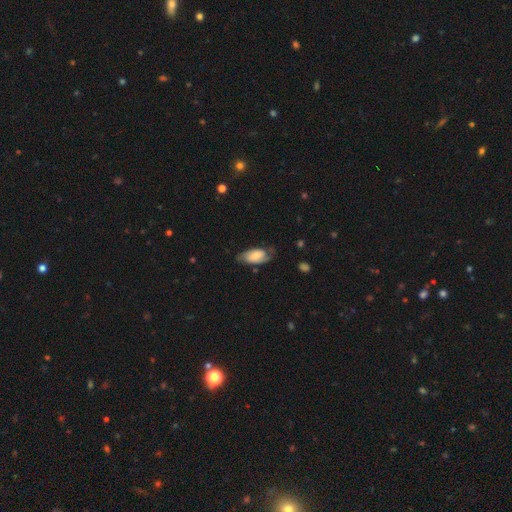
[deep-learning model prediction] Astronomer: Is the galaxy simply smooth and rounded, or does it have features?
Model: smooth — 55% (runner-up: featured or disk, 38%).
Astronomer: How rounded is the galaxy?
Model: in between — 90%.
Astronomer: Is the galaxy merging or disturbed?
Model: none — 57%.